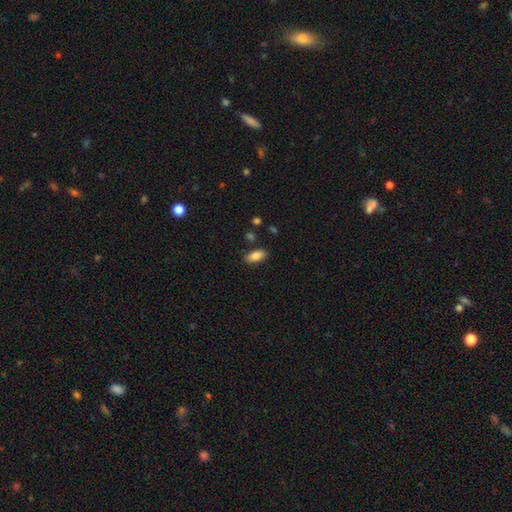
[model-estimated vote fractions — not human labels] Smooth or featured?
  - smooth: 86% *
  - star or artifact: 7%
  - featured or disk: 7%
How rounded?
  - in between: 91% *
  - cigar-shaped: 6%
  - round: 3%
Merging?
  - none: 84% *
  - minor disturbance: 11%
  - merger: 3%
  - major disturbance: 3%